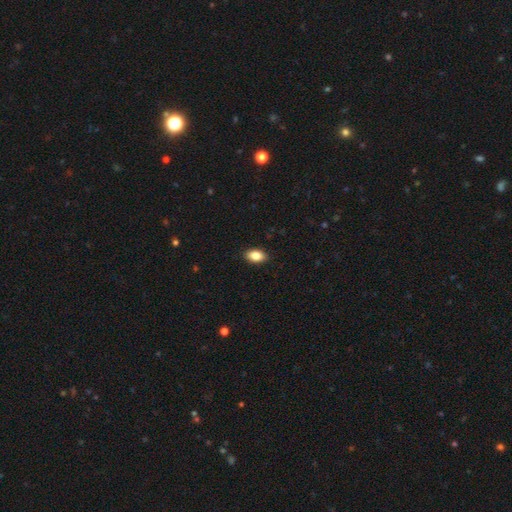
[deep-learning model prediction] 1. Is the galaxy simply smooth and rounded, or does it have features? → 85% smooth, 8% star or artifact, 7% featured or disk.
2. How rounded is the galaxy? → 90% in between, 8% round, 2% cigar-shaped.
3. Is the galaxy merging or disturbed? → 90% none, 8% minor disturbance, 2% major disturbance, 1% merger.